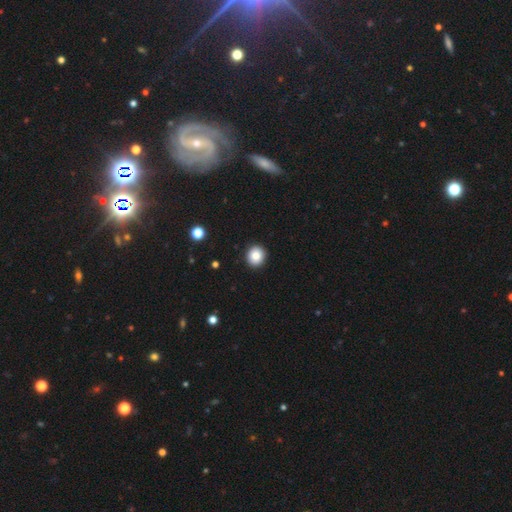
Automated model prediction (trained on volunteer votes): Smooth or featured: smooth — 85% (star or artifact — 10%)
How rounded: round — 85% (in between — 14%)
Merging: none — 92% (minor disturbance — 5%)